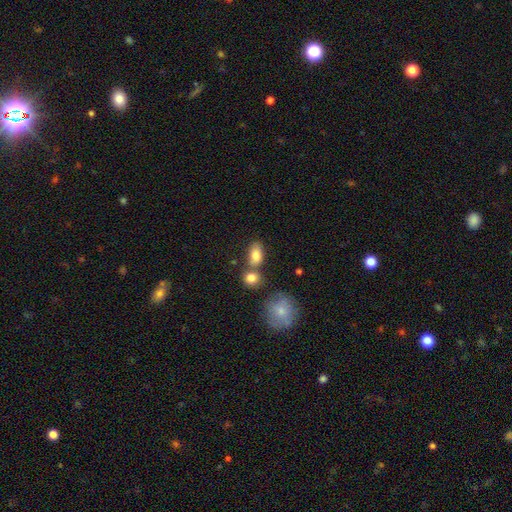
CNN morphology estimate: Smooth or featured: smooth — 83% (star or artifact — 9%)
How rounded: in between — 84% (round — 14%)
Merging: none — 55% (merger — 26%)